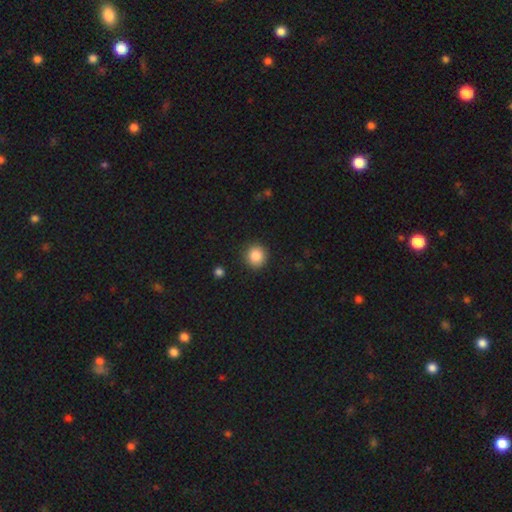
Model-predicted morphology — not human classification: smooth_or_featured: smooth (p=0.86) [alt: star or artifact p=0.10]
how_rounded: round (p=0.92) [alt: in between p=0.07]
merging: none (p=0.90) [alt: minor disturbance p=0.06]